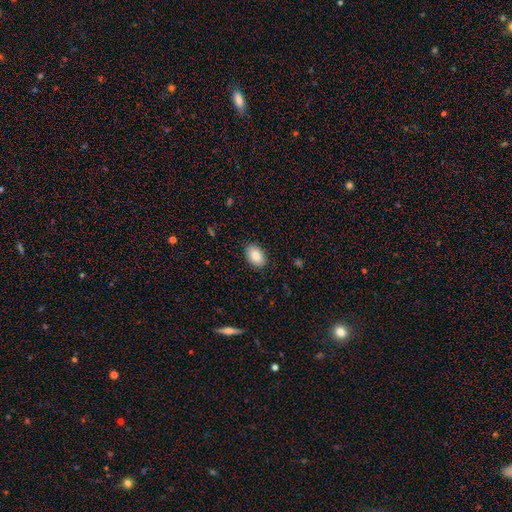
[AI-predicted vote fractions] Smooth or featured? Predicted: smooth (p=0.87). How rounded? Predicted: in between (p=0.89). Merging? Predicted: none (p=0.88).